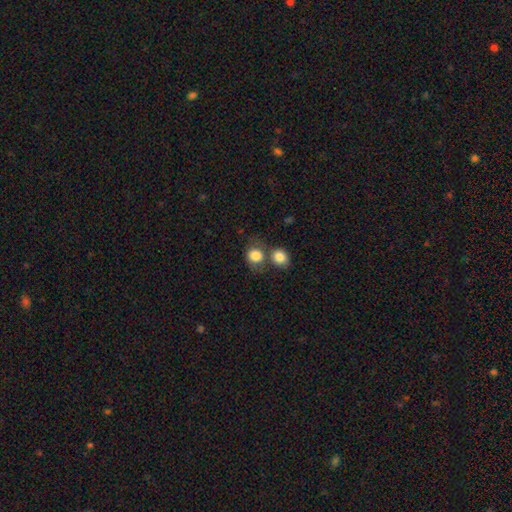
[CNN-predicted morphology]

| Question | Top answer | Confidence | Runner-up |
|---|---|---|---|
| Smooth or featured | smooth | 84% | star or artifact (8%) |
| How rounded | round | 74% | in between (25%) |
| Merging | none | 45% | merger (39%) |